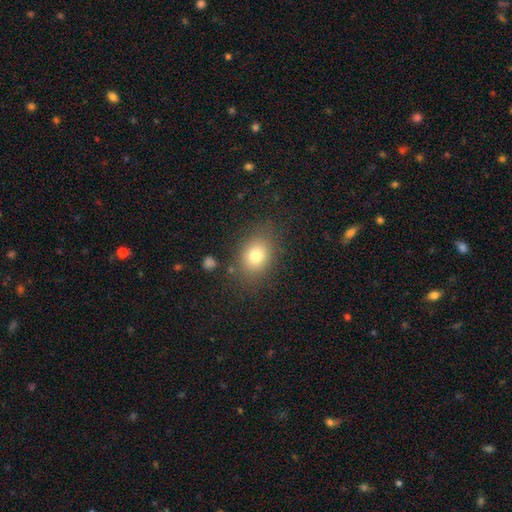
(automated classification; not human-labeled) smooth-or-featured: smooth: 77% | star or artifact: 11% | featured or disk: 11%
  how-rounded: in between: 56% | round: 43% | cigar-shaped: 1%
  merging: none: 78% | minor disturbance: 14% | major disturbance: 6% | merger: 3%